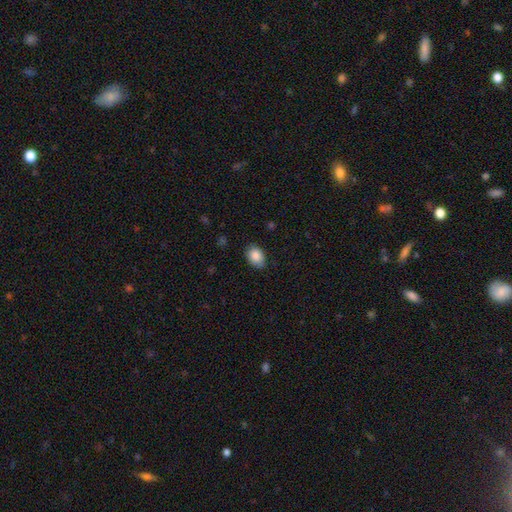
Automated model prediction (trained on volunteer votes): The model was most divided on "how rounded": in between: 79%, round: 20%, cigar-shaped: 1%. More confident: smooth or featured — smooth (87%); merging — none (78%).